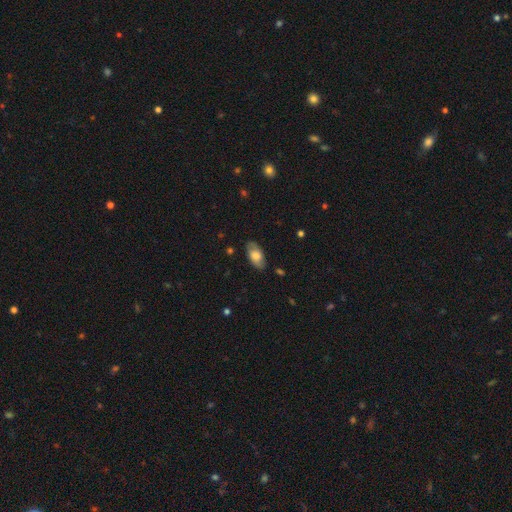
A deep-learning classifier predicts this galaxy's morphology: A smooth galaxy with no disk features (64%) that is in between round and cigar-shaped (92%).

Vote fractions:
- Smooth or featured? smooth: 64% / featured or disk: 30% / star or artifact: 7%
- How rounded? in between: 92% / cigar-shaped: 4% / round: 3%
- Merging? none: 80% / minor disturbance: 15% / major disturbance: 3% / merger: 1%